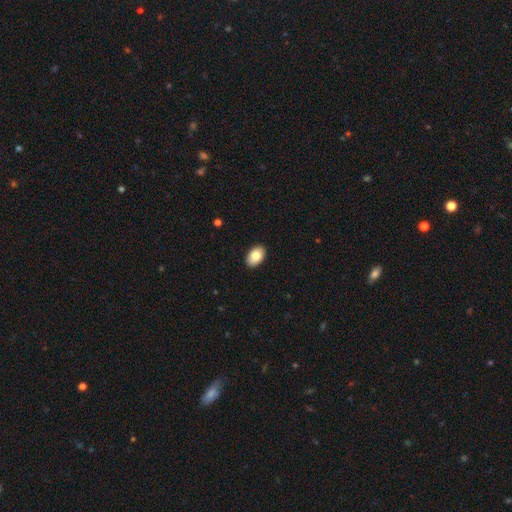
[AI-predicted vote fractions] Smooth or featured? Predicted: smooth (p=0.84). How rounded? Predicted: in between (p=0.91). Merging? Predicted: none (p=0.90).